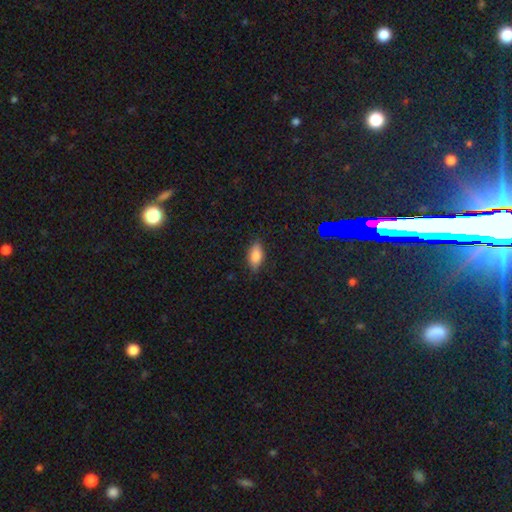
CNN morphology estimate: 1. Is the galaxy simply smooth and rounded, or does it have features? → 82% smooth, 9% featured or disk, 9% star or artifact.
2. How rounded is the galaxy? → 89% in between, 7% cigar-shaped, 4% round.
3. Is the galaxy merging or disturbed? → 81% none, 15% minor disturbance, 3% major disturbance, 1% merger.